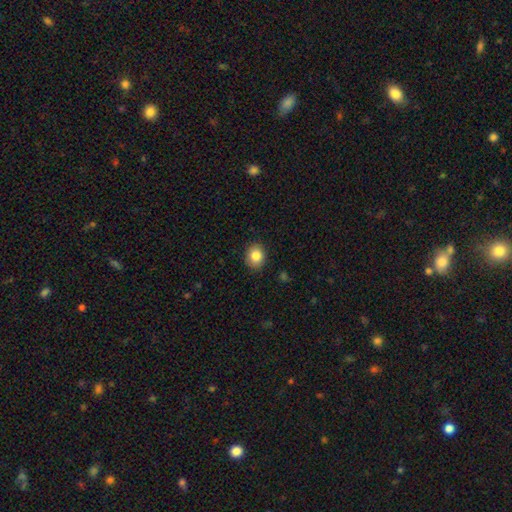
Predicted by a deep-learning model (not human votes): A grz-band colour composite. It shows a smooth galaxy with no disk features (84%) that is round (58%). Merging: none (89%).